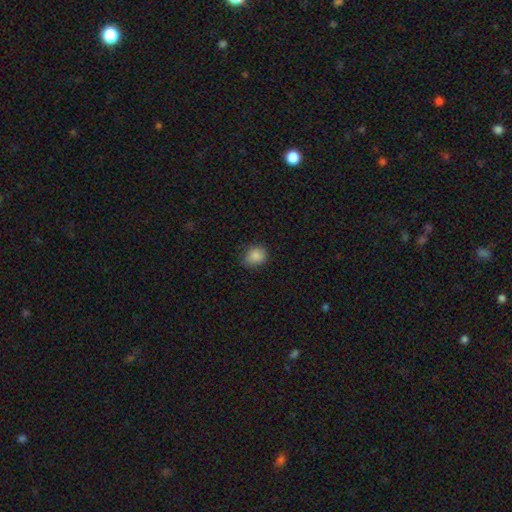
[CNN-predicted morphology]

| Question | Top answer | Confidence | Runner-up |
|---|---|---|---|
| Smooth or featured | smooth | 86% | star or artifact (9%) |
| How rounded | round | 61% | in between (38%) |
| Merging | none | 76% | minor disturbance (20%) |